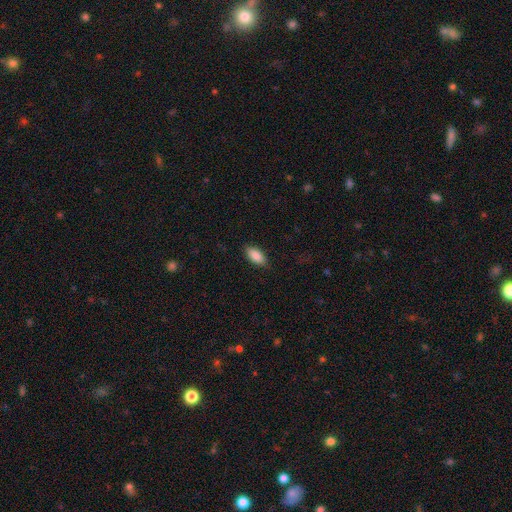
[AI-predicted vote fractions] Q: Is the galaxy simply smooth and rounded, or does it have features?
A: smooth — 89%.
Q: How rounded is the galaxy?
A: in between — 92%.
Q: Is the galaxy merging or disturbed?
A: none — 85%.